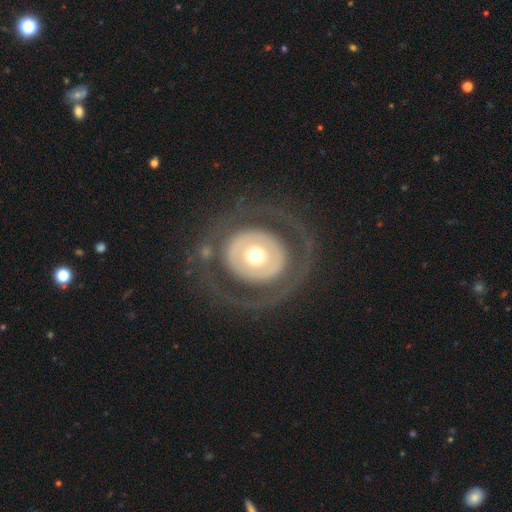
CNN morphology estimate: This appears to be a featured or disk galaxy (59%) with no bar (89%), no spiral arms (86%) and a moderate central bulge (62%). Merging: none (76%).